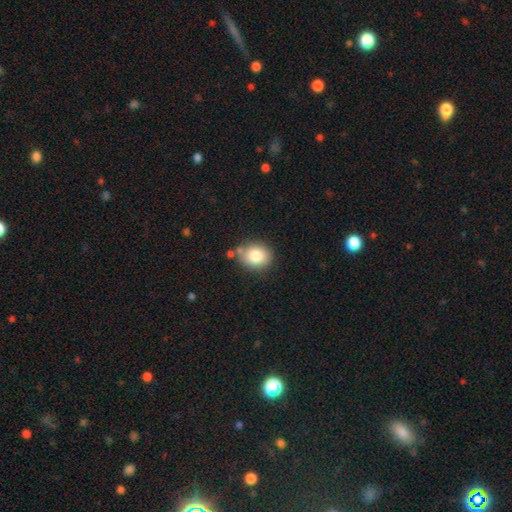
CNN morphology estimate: type=smooth (82%); roundness=round (63%); merging=none (75%).